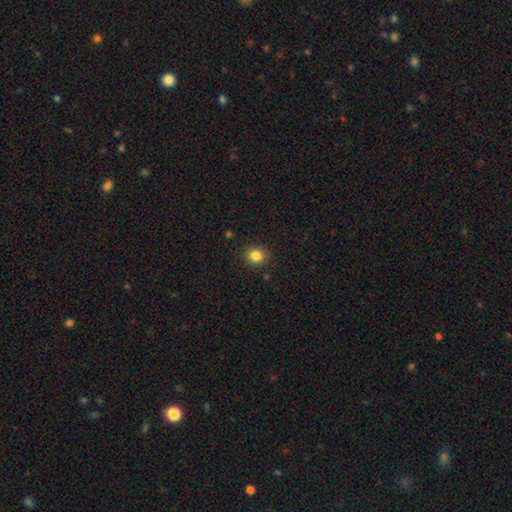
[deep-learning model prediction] This appears to be a smooth galaxy with no disk features (84%) that is round (70%). Merging: none (89%).